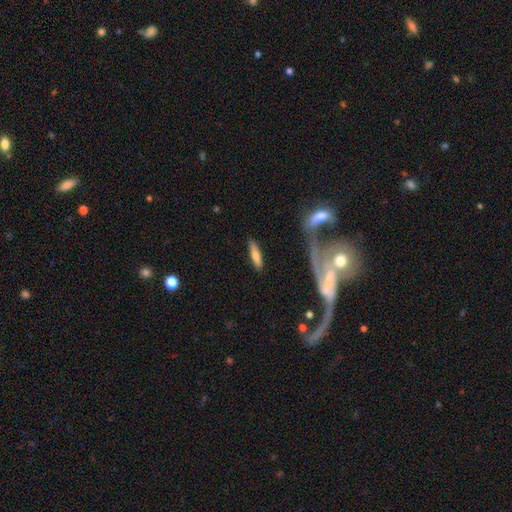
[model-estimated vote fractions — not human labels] The model was most divided on "smooth or featured": smooth: 67%, featured or disk: 27%, star or artifact: 6%. More confident: merging — none (81%); how rounded — cigar-shaped (70%).